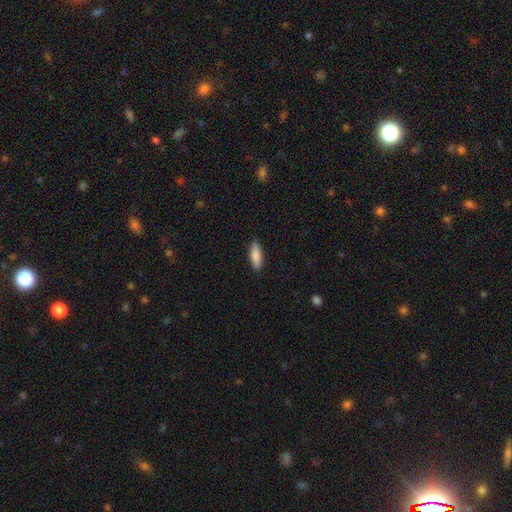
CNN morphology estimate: smooth_or_featured: smooth (p=0.84) [alt: featured or disk p=0.10]
how_rounded: in between (p=0.51) [alt: cigar-shaped p=0.48]
merging: none (p=0.88) [alt: minor disturbance p=0.09]